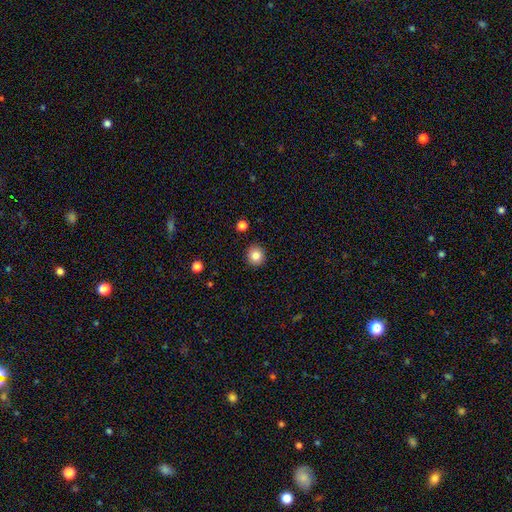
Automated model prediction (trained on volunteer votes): This appears to be a smooth galaxy with no disk features (84%) that is round (87%). Merging: none (91%).